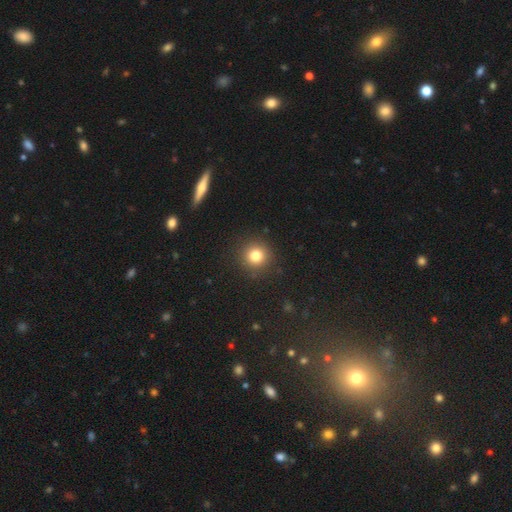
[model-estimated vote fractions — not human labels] A smooth galaxy with no disk features (81%) that is round (94%).

Vote fractions:
- Smooth or featured? smooth: 81% / star or artifact: 12% / featured or disk: 6%
- How rounded? round: 94% / in between: 5% / cigar-shaped: 1%
- Merging? none: 91% / minor disturbance: 6% / major disturbance: 2% / merger: 1%